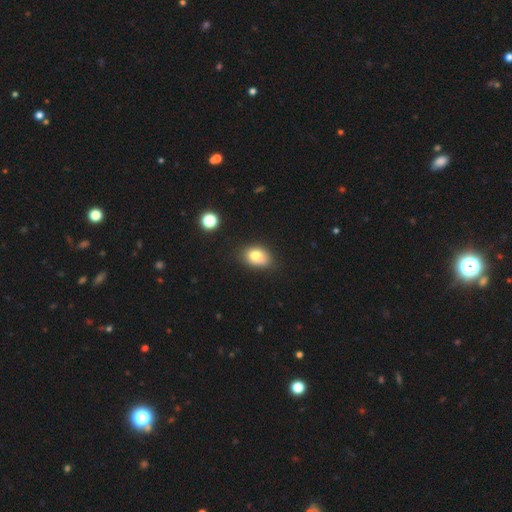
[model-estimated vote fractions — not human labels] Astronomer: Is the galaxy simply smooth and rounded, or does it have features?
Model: smooth — 79%.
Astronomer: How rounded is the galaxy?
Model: in between — 75%.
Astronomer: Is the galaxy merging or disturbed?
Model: none — 77%.